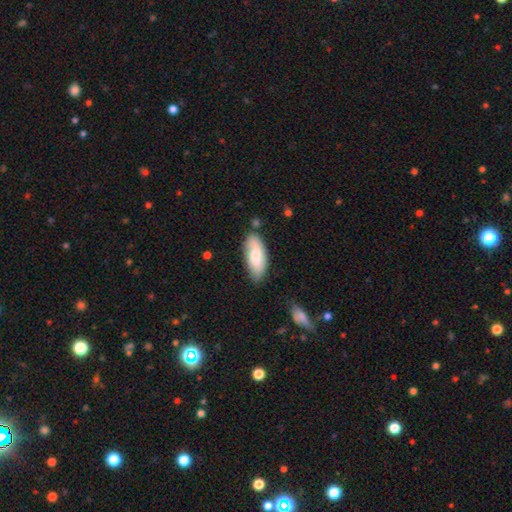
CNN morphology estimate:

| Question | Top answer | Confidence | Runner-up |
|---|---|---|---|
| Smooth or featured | smooth | 71% | featured or disk (23%) |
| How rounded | in between | 85% | cigar-shaped (13%) |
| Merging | none | 75% | minor disturbance (19%) |